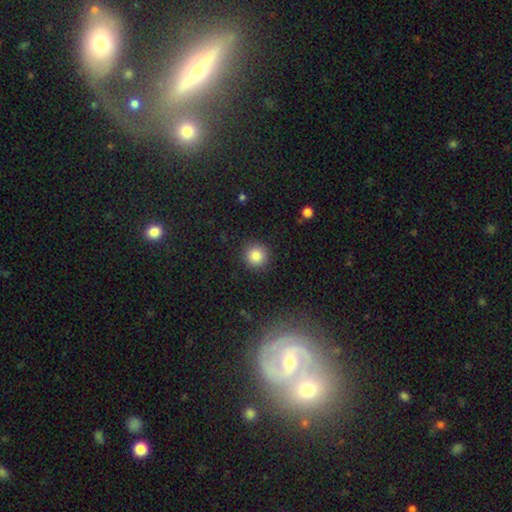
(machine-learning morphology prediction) Smooth or featured: smooth — 85% (star or artifact — 10%)
How rounded: round — 94% (in between — 5%)
Merging: none — 91% (minor disturbance — 6%)